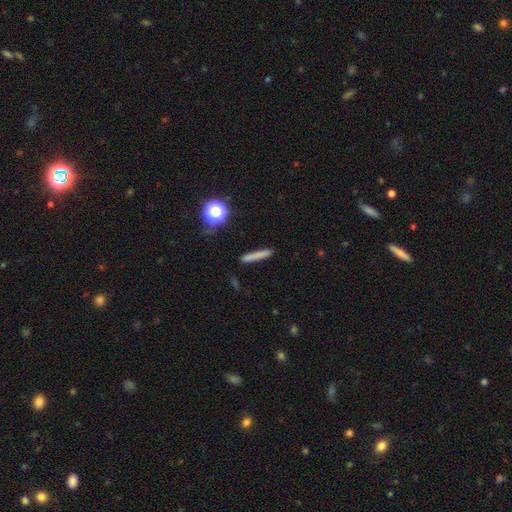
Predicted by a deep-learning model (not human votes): Smooth or featured?
  - smooth: 74% *
  - featured or disk: 15%
  - star or artifact: 11%
How rounded?
  - cigar-shaped: 93% *
  - in between: 4%
  - round: 3%
Merging?
  - none: 87% *
  - minor disturbance: 9%
  - major disturbance: 2%
  - merger: 2%